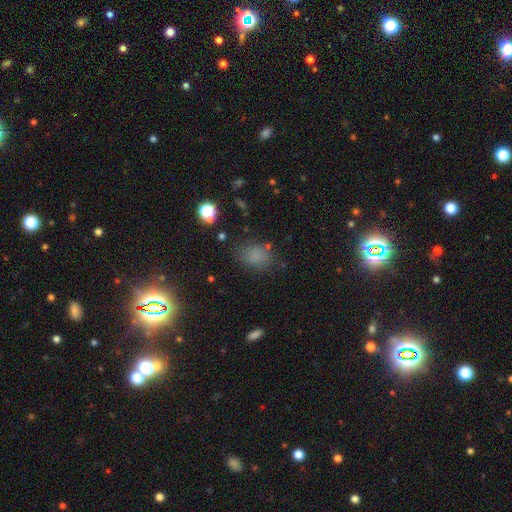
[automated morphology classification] Smooth or featured? smooth (75%)
How rounded? in between (65%)
Merging? none (74%)